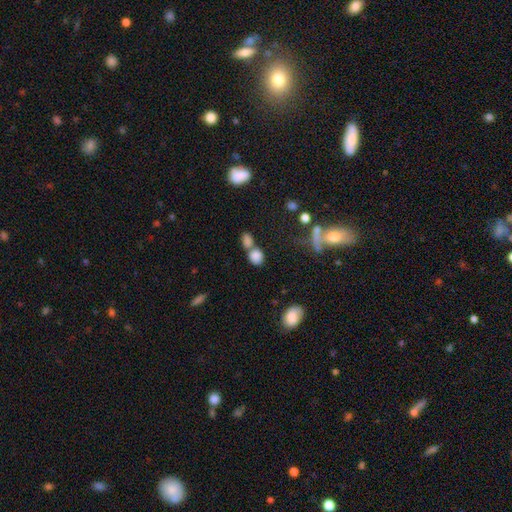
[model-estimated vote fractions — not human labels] This appears to be a smooth galaxy with no disk features (81%) that is round (59%). Merging: merger (48%).